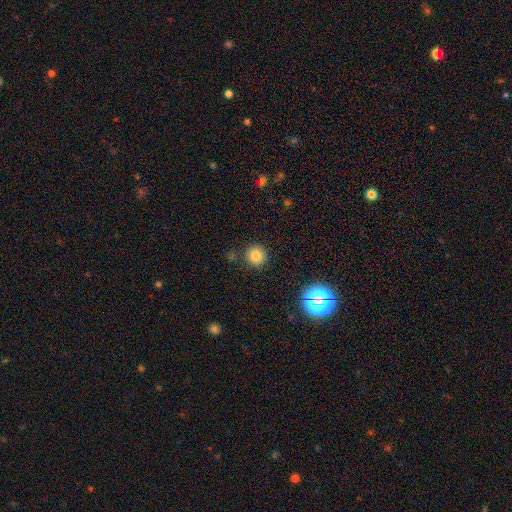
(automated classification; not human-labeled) Smooth or featured?
  - smooth: 82% *
  - star or artifact: 13%
  - featured or disk: 5%
How rounded?
  - round: 93% *
  - in between: 6%
  - cigar-shaped: 1%
Merging?
  - none: 87% *
  - minor disturbance: 7%
  - merger: 3%
  - major disturbance: 3%